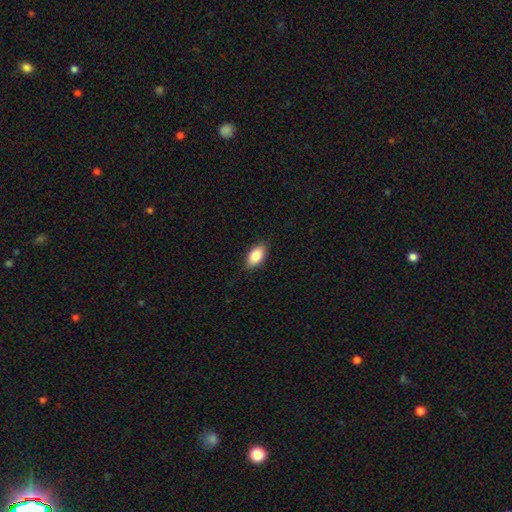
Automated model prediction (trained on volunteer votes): Smooth or featured: smooth — 86% (featured or disk — 8%)
How rounded: in between — 92% (round — 4%)
Merging: none — 86% (minor disturbance — 11%)